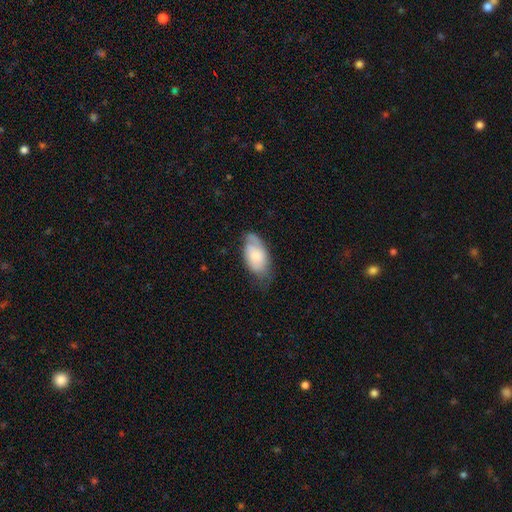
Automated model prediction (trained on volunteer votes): Smooth or featured? smooth (62%)
How rounded? in between (94%)
Merging? none (52%)